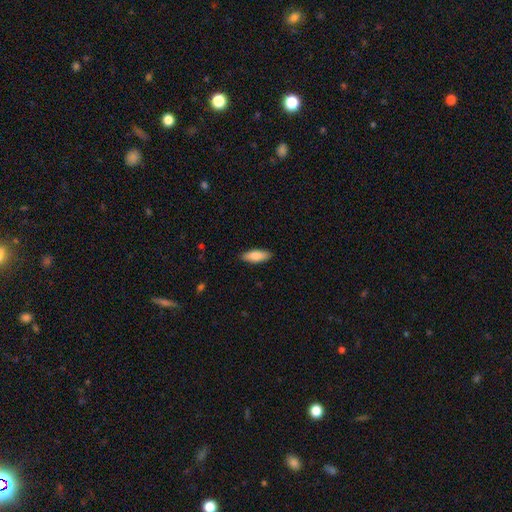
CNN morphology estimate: This is clearly a smooth galaxy (83%). How rounded: likely in between (70%). Merging: clearly none (89%).